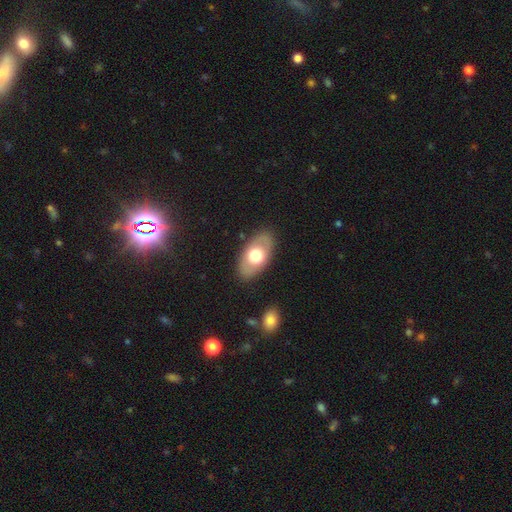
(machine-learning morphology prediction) Overall: smooth (59%; featured or disk 35%). How rounded: in between (92%). Merging: none (85%).